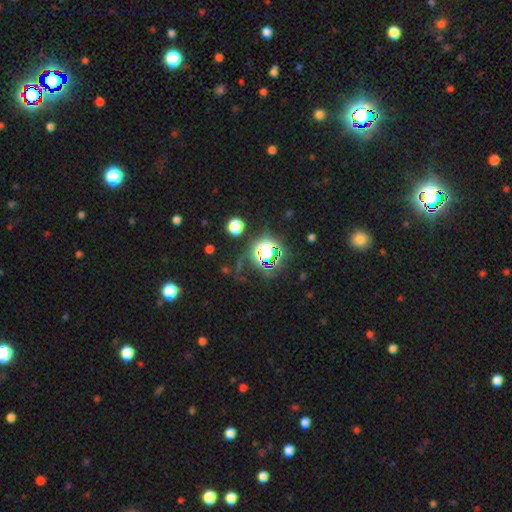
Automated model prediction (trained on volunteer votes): Morphology: type=star or artifact (71%).